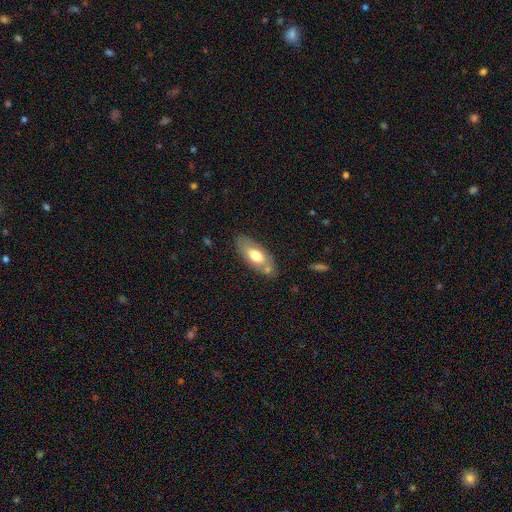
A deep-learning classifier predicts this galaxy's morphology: This appears to be a smooth galaxy with no disk features (62%) that is in between round and cigar-shaped (81%). Merging: none (70%).